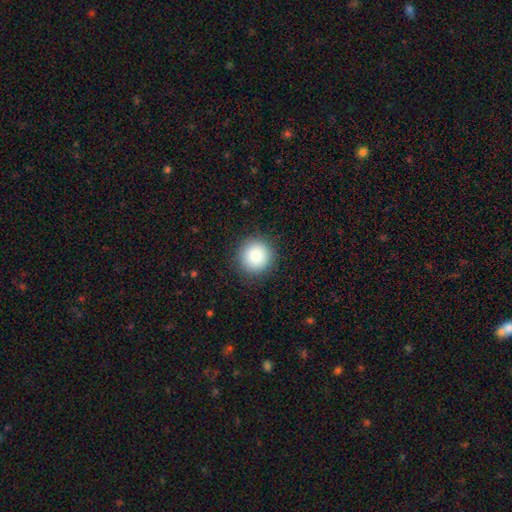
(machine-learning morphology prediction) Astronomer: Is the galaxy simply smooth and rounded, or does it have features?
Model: smooth — 82%.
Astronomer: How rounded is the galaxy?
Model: round — 95%.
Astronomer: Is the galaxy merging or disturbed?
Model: none — 91%.